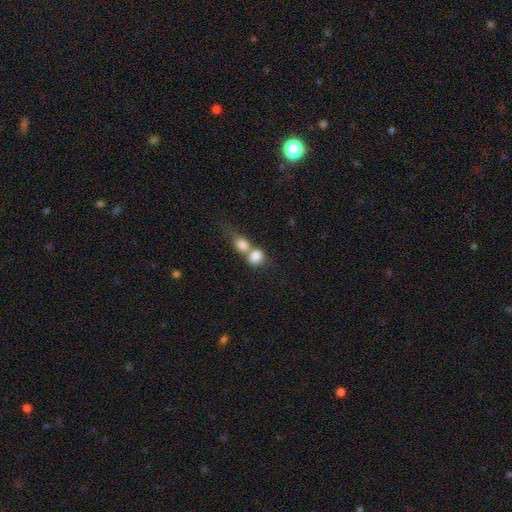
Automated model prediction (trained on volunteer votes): A smooth galaxy with no disk features (79%) that is round (57%). Merging: merger (74%).